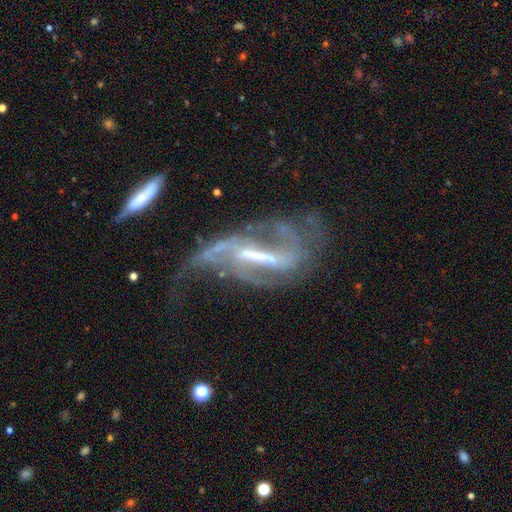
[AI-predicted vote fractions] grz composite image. It shows a featured or disk galaxy (84%) with a strong bar (63%), 2 (66%) loose (56%) spiral arms (83%) and a small central bulge (40%). Merging: major disturbance (42%).